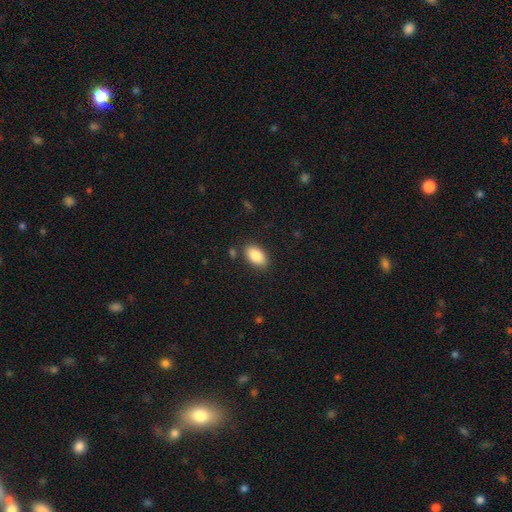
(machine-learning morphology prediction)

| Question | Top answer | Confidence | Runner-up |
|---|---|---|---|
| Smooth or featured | smooth | 87% | star or artifact (7%) |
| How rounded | in between | 93% | round (6%) |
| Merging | none | 85% | minor disturbance (9%) |